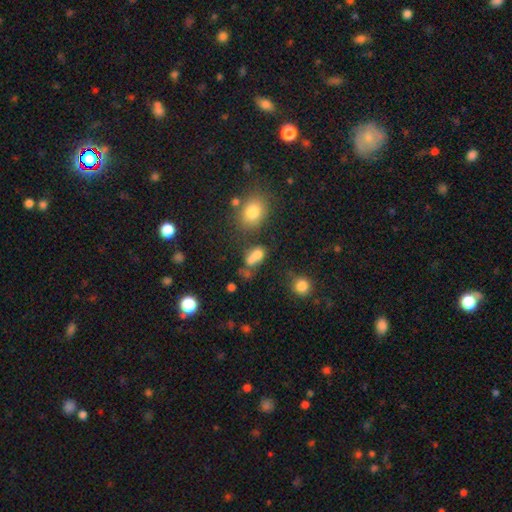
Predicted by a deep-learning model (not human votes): Overall: smooth (69%). How rounded: in between (73%). Merging: merger (36%; none 32%).